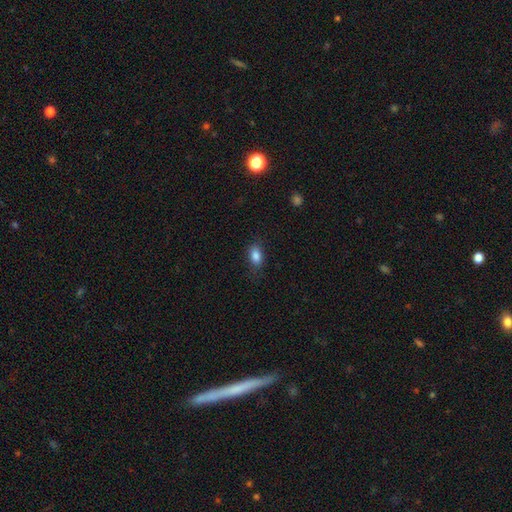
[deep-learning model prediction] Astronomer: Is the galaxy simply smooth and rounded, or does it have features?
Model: smooth — 85%.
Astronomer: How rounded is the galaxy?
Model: in between — 86%.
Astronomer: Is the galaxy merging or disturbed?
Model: none — 80%.